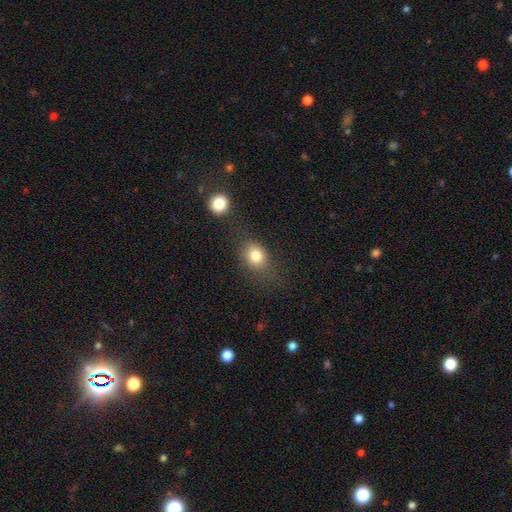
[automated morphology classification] Overall: smooth (81%). How rounded: round (51%; in between 48%). Merging: none (63%).